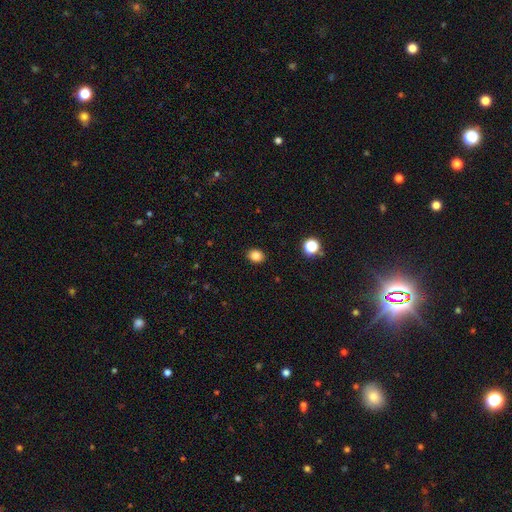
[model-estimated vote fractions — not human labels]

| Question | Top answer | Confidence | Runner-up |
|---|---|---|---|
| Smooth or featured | smooth | 84% | star or artifact (11%) |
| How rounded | in between | 51% | round (48%) |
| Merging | none | 90% | minor disturbance (7%) |